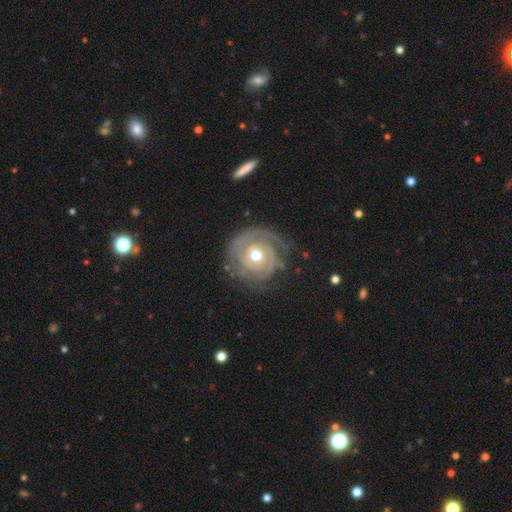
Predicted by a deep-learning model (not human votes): smooth-or-featured: featured or disk: 84% | smooth: 11% | star or artifact: 5%
  disk-edge-on: no: 97% | yes: 3%
    bar: no: 78% | weak: 17% | strong: 5%
    has-spiral-arms: yes: 93% | no: 7%
      spiral-winding: tight: 76% | medium: 18% | loose: 6%
      spiral-arm-count: 2: 39% | can't tell: 22% | 3: 16% | 1: 13% | 4: 5% | more than 4: 5%
    bulge-size: moderate: 78% | small: 13% | large: 7% | dominant: 1% | none: 1%
  merging: none: 74% | minor disturbance: 17% | major disturbance: 8% | merger: 1%